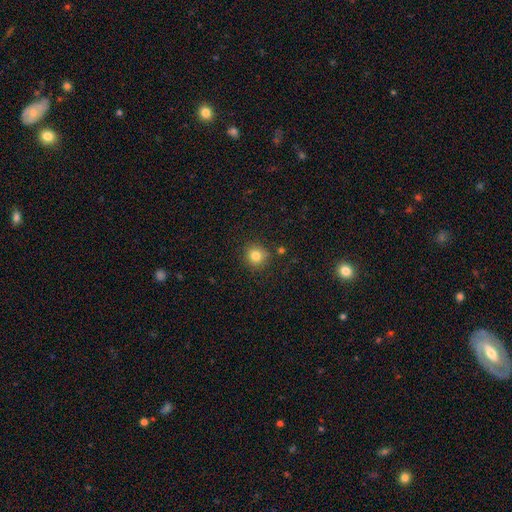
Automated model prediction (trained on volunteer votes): Overall: smooth (82%). How rounded: round (92%). Merging: none (85%).